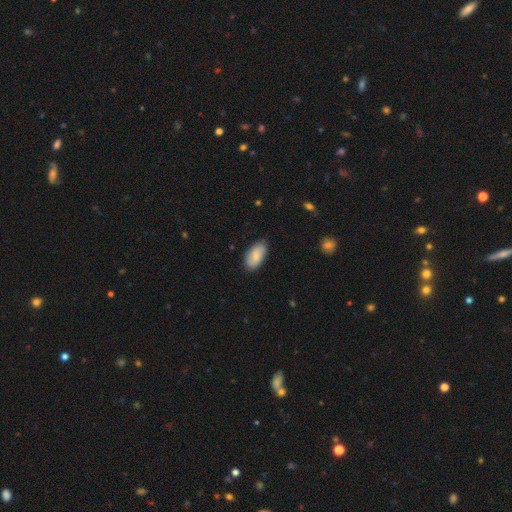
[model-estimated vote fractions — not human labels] smooth_or_featured: smooth (p=0.80) [alt: featured or disk p=0.14]
how_rounded: in between (p=0.94) [alt: cigar-shaped p=0.03]
merging: none (p=0.82) [alt: minor disturbance p=0.14]